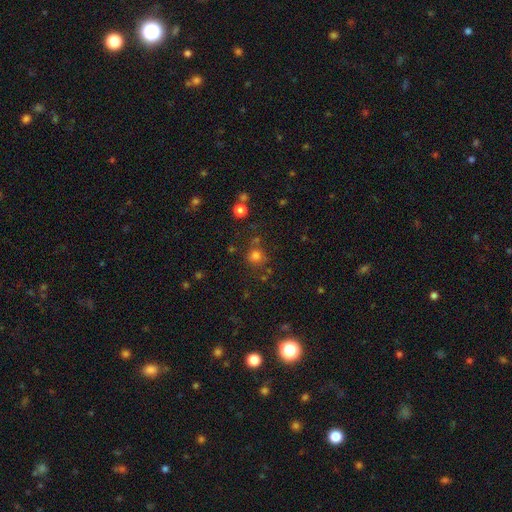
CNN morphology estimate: Smooth or featured? Predicted: smooth (p=0.75). How rounded? Predicted: round (p=0.88). Merging? Predicted: none (p=0.71).